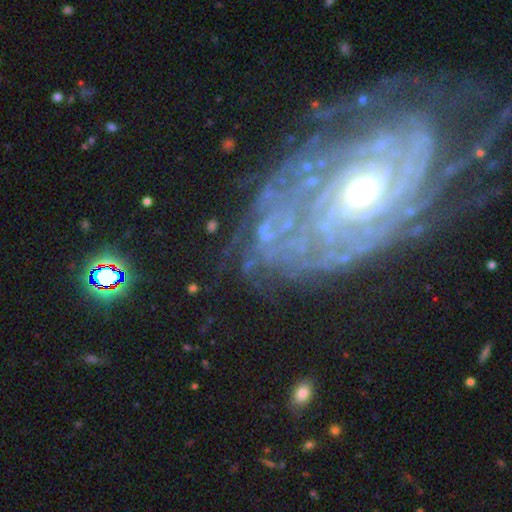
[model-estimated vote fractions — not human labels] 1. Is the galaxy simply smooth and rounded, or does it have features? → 77% featured or disk, 13% star or artifact, 9% smooth.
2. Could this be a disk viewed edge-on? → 95% no, 5% yes.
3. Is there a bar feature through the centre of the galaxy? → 60% no, 25% weak, 15% strong.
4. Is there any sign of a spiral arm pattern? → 83% yes, 17% no.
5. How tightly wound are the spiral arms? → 72% tight, 20% medium, 8% loose.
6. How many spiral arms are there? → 42% can't tell, 16% more than 4, 11% 2, 11% 4, 11% 3, 8% 1.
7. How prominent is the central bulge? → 41% moderate, 40% small, 10% none, 7% large, 2% dominant.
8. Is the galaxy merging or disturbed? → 62% none, 17% minor disturbance, 16% major disturbance, 4% merger.